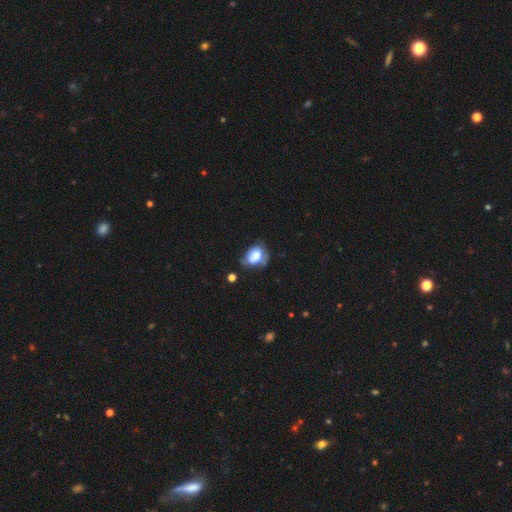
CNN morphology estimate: Smooth or featured?
  - smooth: 69% *
  - featured or disk: 22%
  - star or artifact: 9%
How rounded?
  - in between: 64% *
  - round: 35%
  - cigar-shaped: 1%
Merging?
  - none: 41% *
  - minor disturbance: 37%
  - major disturbance: 16%
  - merger: 6%